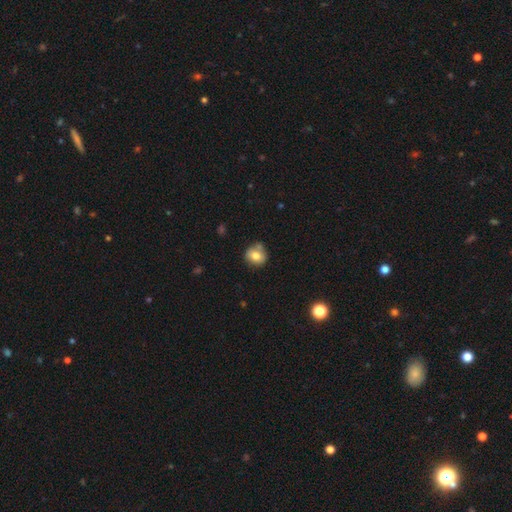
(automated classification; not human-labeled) Smooth or featured? Predicted: smooth (p=0.77). How rounded? Predicted: round (p=0.79). Merging? Predicted: none (p=0.66).